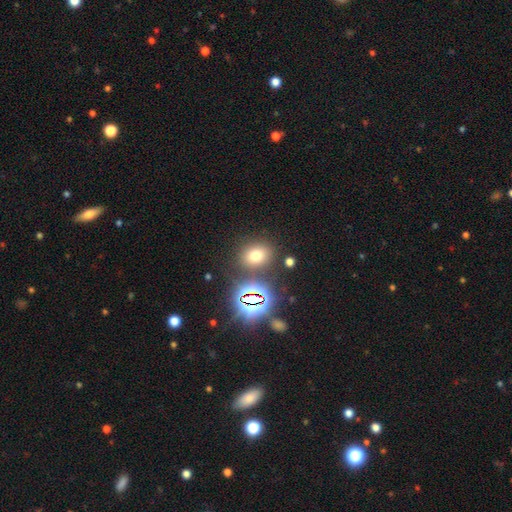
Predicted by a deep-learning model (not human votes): Smooth or featured? Predicted: smooth (p=0.64). How rounded? Predicted: round (p=0.59). Merging? Predicted: none (p=0.79).